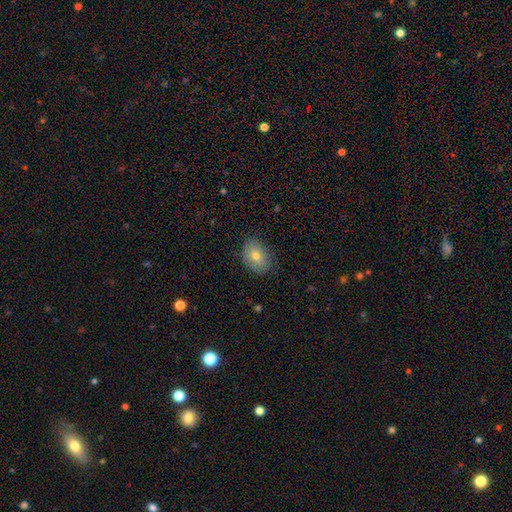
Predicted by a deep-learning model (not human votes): This is likely a smooth galaxy (73%). How rounded: likely in between (67%). Merging: clearly none (82%).